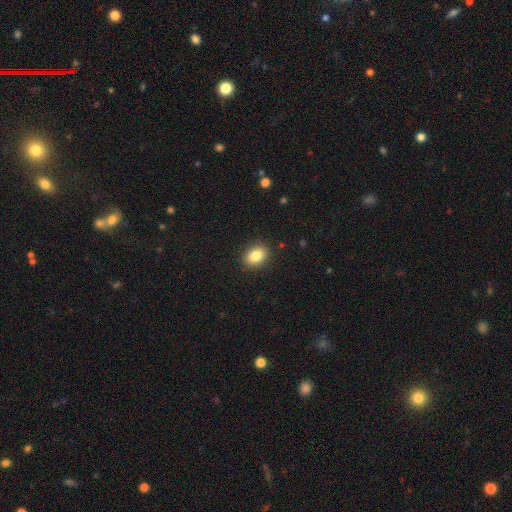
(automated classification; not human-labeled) Q: Smooth or featured?
A: smooth (85%); runner-up: star or artifact (9%)
Q: How rounded?
A: in between (70%); runner-up: round (29%)
Q: Merging?
A: none (89%); runner-up: minor disturbance (8%)